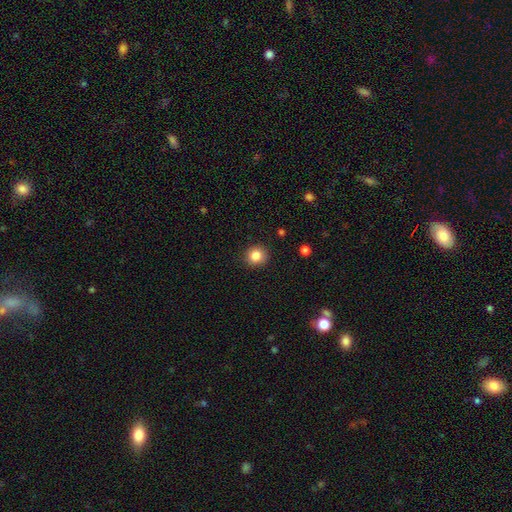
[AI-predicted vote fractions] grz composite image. It shows a smooth galaxy with no disk features (85%) that is round (87%). Merging: none (89%).